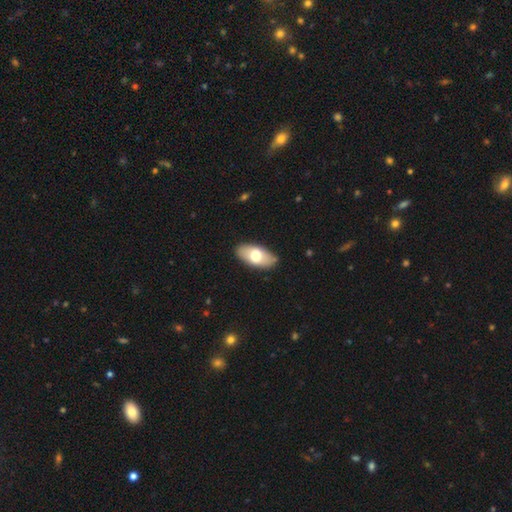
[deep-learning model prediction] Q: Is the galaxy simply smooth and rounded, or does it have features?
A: smooth — 66%.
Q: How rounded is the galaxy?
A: in between — 93%.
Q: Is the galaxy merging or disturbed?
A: none — 85%.